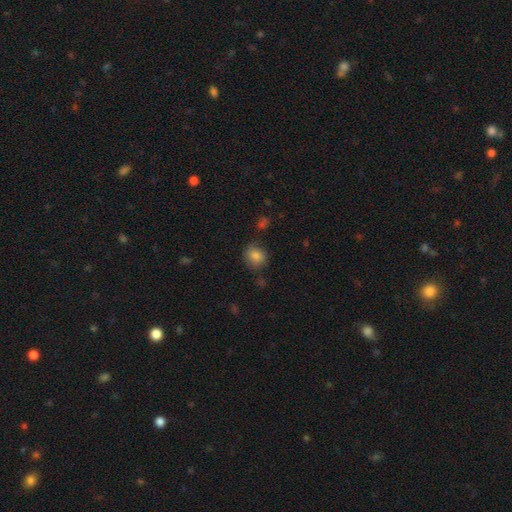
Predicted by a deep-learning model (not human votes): smooth-or-featured: smooth: 83% | star or artifact: 10% | featured or disk: 8%
  how-rounded: round: 76% | in between: 23% | cigar-shaped: 1%
  merging: none: 75% | minor disturbance: 17% | major disturbance: 4% | merger: 4%